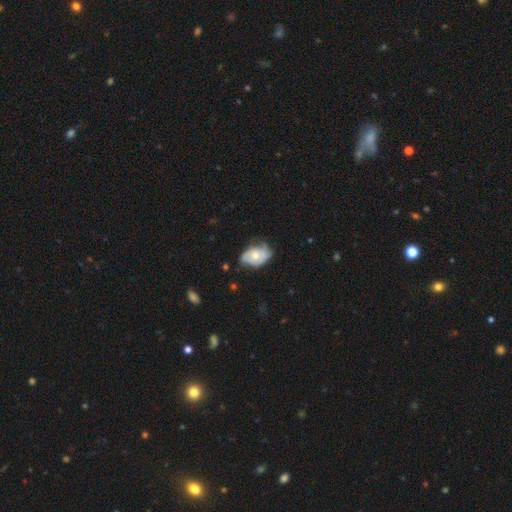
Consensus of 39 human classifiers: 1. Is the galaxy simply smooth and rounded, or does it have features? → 56% featured or disk, 33% smooth, 10% star or artifact.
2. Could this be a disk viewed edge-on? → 86% no, 14% yes.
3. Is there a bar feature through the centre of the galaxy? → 89% no, 11% weak, 0% strong.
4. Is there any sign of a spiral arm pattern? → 79% no, 21% yes.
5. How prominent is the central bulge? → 68% moderate, 26% small, 5% large, 0% dominant, 0% none.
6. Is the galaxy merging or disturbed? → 54% none, 40% minor disturbance, 3% major disturbance, 3% merger.